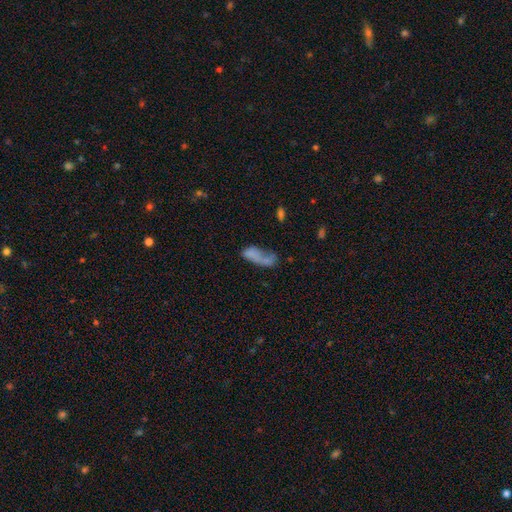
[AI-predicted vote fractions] smooth_or_featured: smooth (p=0.60) [alt: featured or disk p=0.27]
how_rounded: in between (p=0.74) [alt: cigar-shaped p=0.19]
merging: merger (p=0.36) [alt: major disturbance p=0.25]